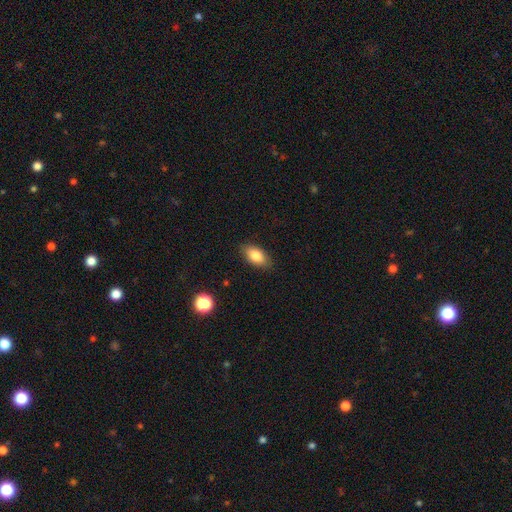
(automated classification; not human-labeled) smooth-or-featured: smooth: 82% | featured or disk: 10% | star or artifact: 8%
  how-rounded: in between: 91% | round: 5% | cigar-shaped: 4%
  merging: none: 86% | minor disturbance: 10% | major disturbance: 2% | merger: 1%